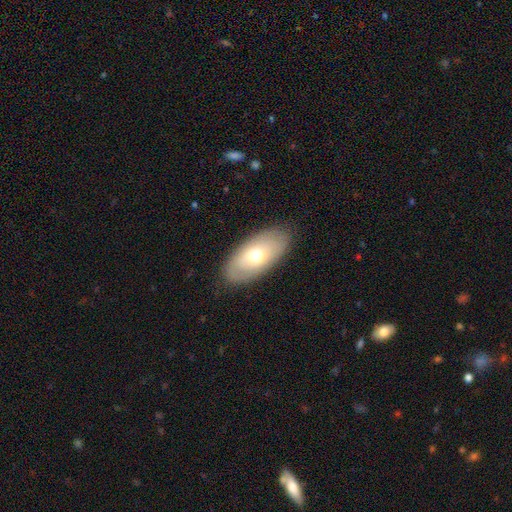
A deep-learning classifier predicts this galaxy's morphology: Smooth or featured? smooth (58%)
How rounded? in between (92%)
Merging? none (85%)